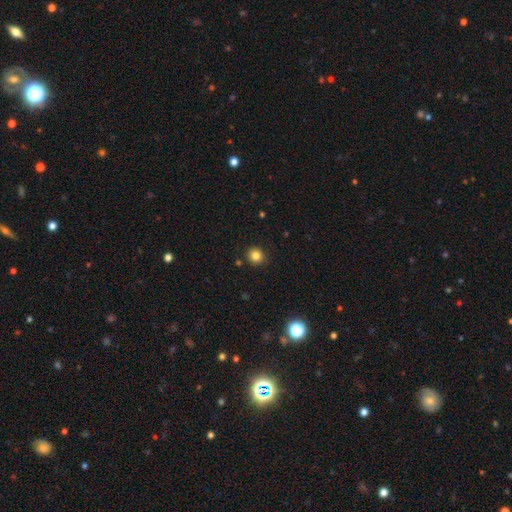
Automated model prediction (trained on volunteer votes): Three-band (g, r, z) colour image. It shows a smooth galaxy with no disk features (82%) that is round (90%). Merging: none (91%).